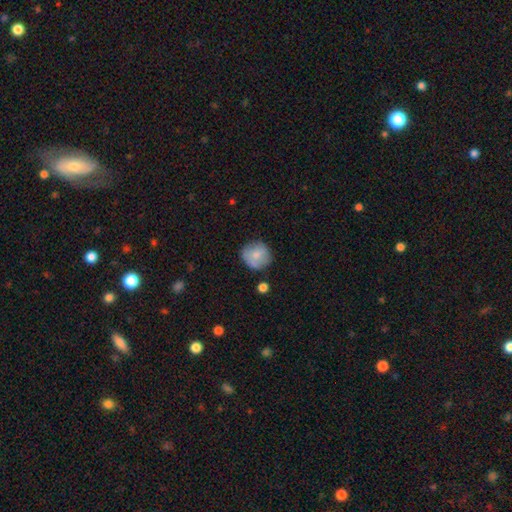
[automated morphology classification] A smooth galaxy with no disk features (76%) that is round (89%).

Vote fractions:
- Smooth or featured? smooth: 76% / featured or disk: 17% / star or artifact: 8%
- How rounded? round: 89% / in between: 10% / cigar-shaped: 1%
- Merging? none: 73% / minor disturbance: 19% / major disturbance: 5% / merger: 3%